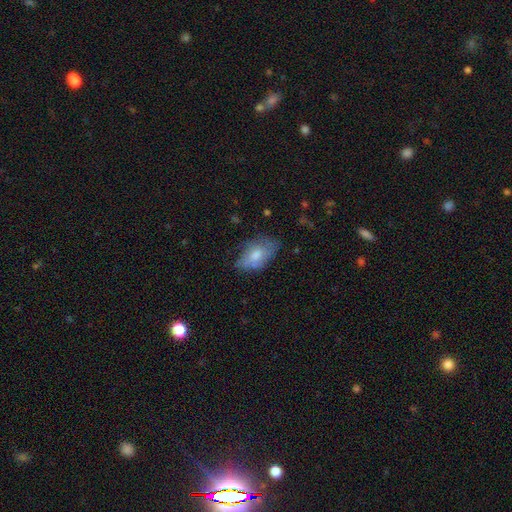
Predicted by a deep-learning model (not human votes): The model was most divided on "merging": none: 57%, minor disturbance: 32%, major disturbance: 10%, merger: 2%. More confident: how rounded — in between (91%); smooth or featured — smooth (66%).